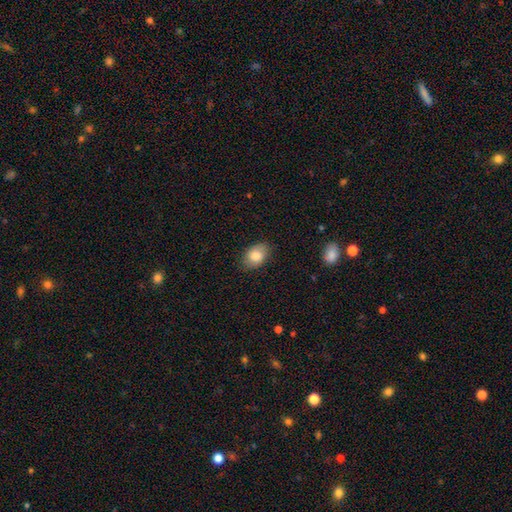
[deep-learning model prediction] smooth-or-featured: smooth: 83% | featured or disk: 10% | star or artifact: 7%
  how-rounded: in between: 84% | round: 15% | cigar-shaped: 1%
  merging: none: 83% | minor disturbance: 13% | major disturbance: 3% | merger: 1%